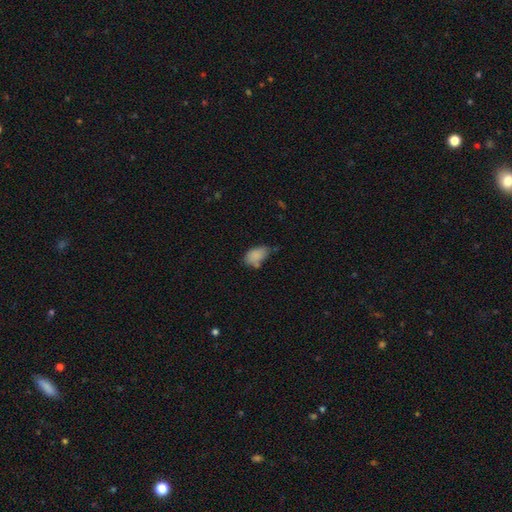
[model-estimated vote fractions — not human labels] Morphology: type=smooth (84%); roundness=in between (90%); merging=none (45%).